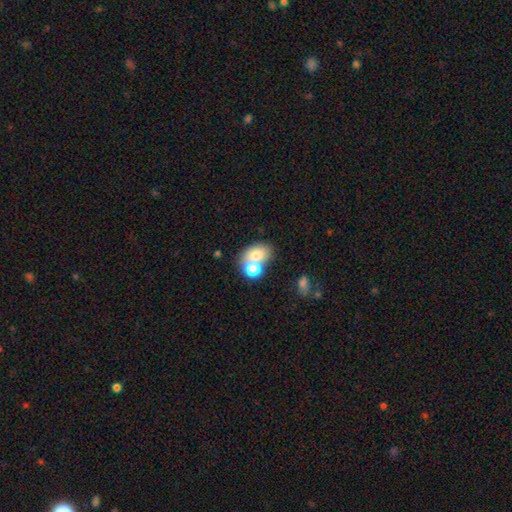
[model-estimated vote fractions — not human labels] smooth_or_featured: smooth (p=0.72) [alt: featured or disk p=0.17]
how_rounded: in between (p=0.67) [alt: round p=0.32]
merging: merger (p=0.46) [alt: none p=0.39]